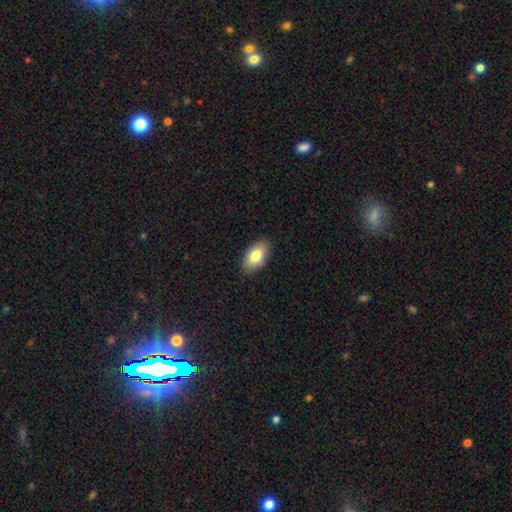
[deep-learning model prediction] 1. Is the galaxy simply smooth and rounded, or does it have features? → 81% smooth, 12% featured or disk, 7% star or artifact.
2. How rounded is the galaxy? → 93% in between, 4% round, 2% cigar-shaped.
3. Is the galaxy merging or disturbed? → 87% none, 10% minor disturbance, 2% major disturbance, 1% merger.